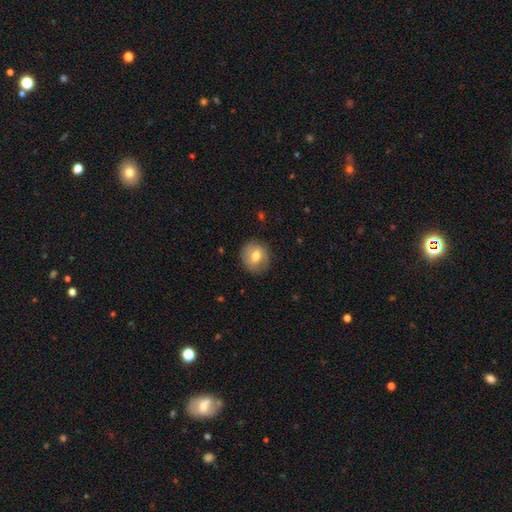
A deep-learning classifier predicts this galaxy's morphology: smooth 65%, featured or disk 26%, star or artifact 8%. Down the decision tree: how rounded — round (79%); merging — none (82%).